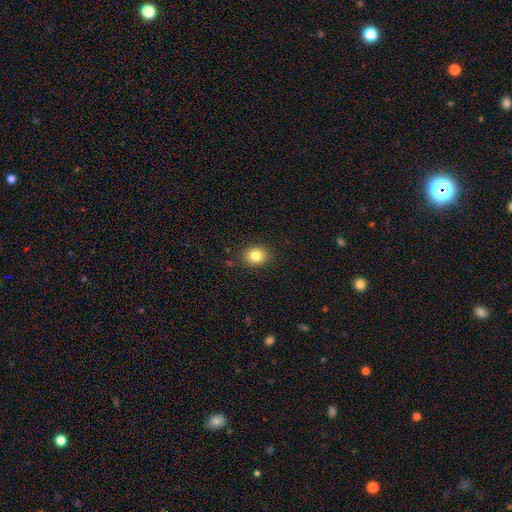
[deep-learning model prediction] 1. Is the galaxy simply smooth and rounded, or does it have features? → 83% smooth, 10% star or artifact, 7% featured or disk.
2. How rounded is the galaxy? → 65% round, 34% in between, 1% cigar-shaped.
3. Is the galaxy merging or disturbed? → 87% none, 10% minor disturbance, 3% major disturbance, 1% merger.